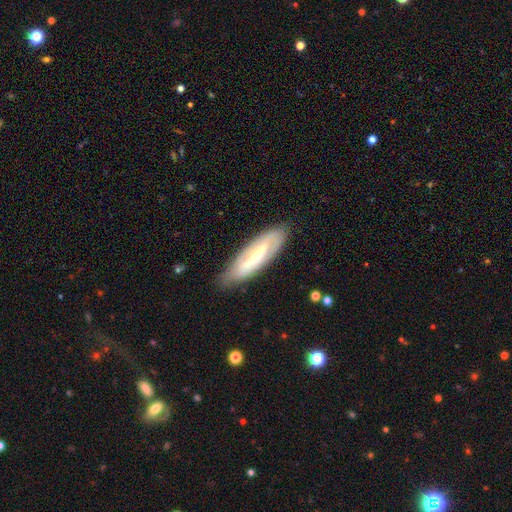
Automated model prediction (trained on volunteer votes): This appears to be a featured or disk galaxy (69%) with a strong bar (47%), spiral arms (58%) and a small central bulge (50%). Merging: none (82%).